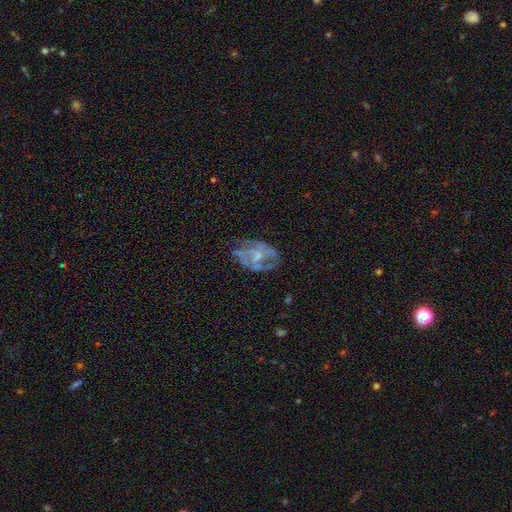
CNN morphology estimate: A featured or disk galaxy (69%) with no bar (70%), no spiral arms (56%) and a small central bulge (36%). Merging: none (46%).